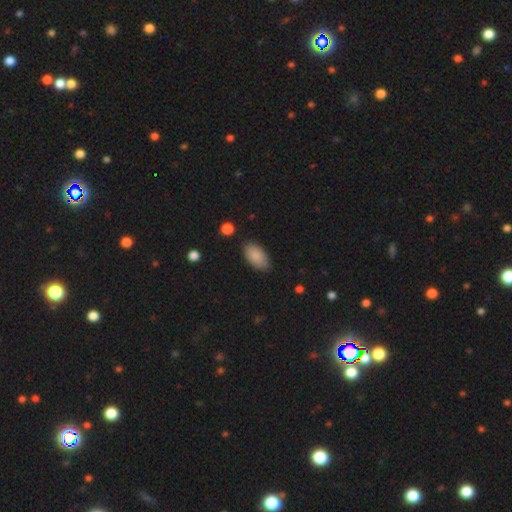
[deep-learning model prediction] smooth_or_featured: smooth (p=0.87) [alt: star or artifact p=0.07]
how_rounded: in between (p=0.94) [alt: round p=0.03]
merging: none (p=0.84) [alt: minor disturbance p=0.12]